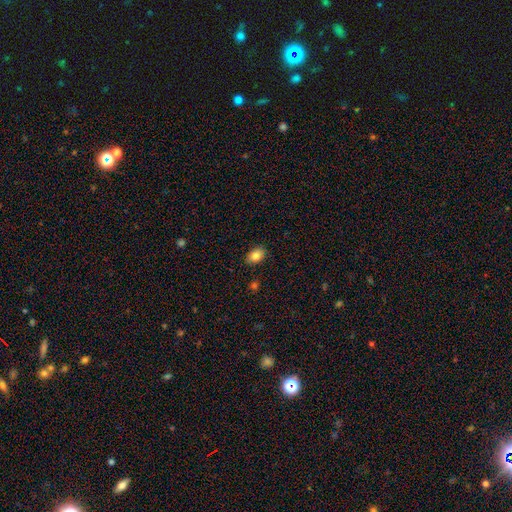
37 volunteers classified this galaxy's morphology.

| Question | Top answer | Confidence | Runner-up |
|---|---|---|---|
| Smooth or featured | smooth | 76% | featured or disk (19%) |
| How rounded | in between | 82% | round (11%) |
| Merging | none | 86% | minor disturbance (11%) |